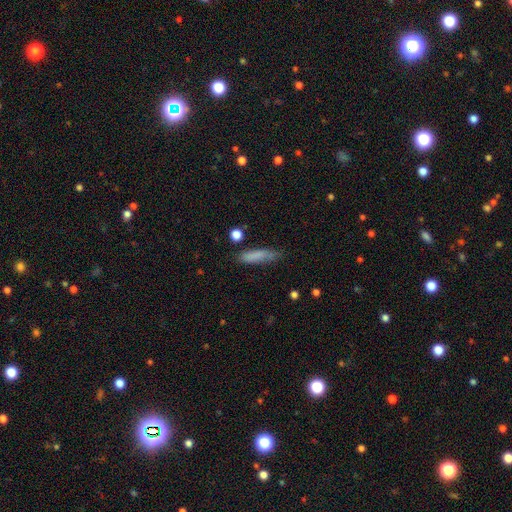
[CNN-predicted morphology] The model was most divided on "merging": none: 71%, minor disturbance: 21%, major disturbance: 5%, merger: 3%. More confident: smooth or featured — smooth (81%); how rounded — cigar-shaped (76%).